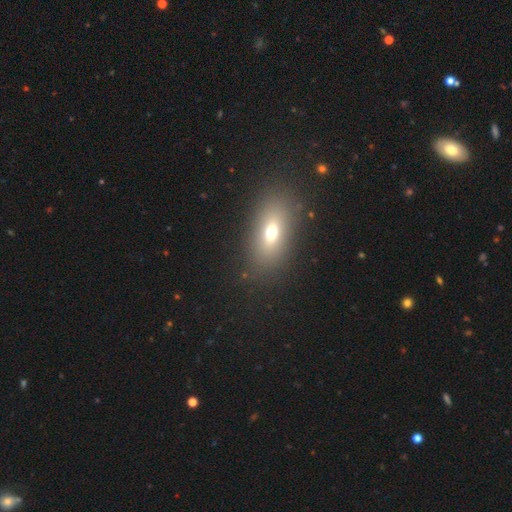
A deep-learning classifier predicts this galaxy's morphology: Smooth or featured: smooth — 63% (star or artifact — 20%)
How rounded: in between — 79% (round — 12%)
Merging: none — 86% (minor disturbance — 9%)